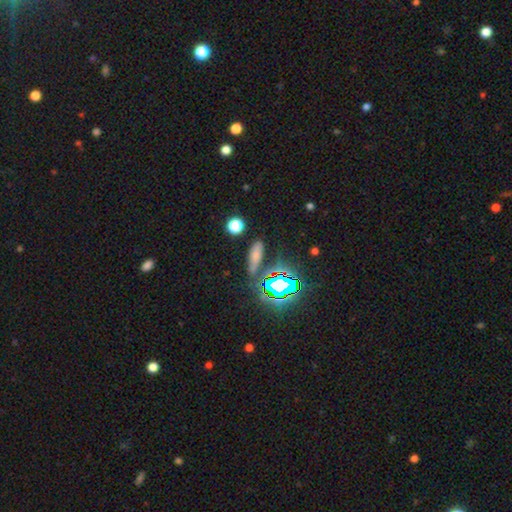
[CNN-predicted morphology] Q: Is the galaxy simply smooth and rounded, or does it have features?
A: smooth — 62%.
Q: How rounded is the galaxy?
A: in between — 51%.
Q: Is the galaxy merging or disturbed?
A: none — 75%.